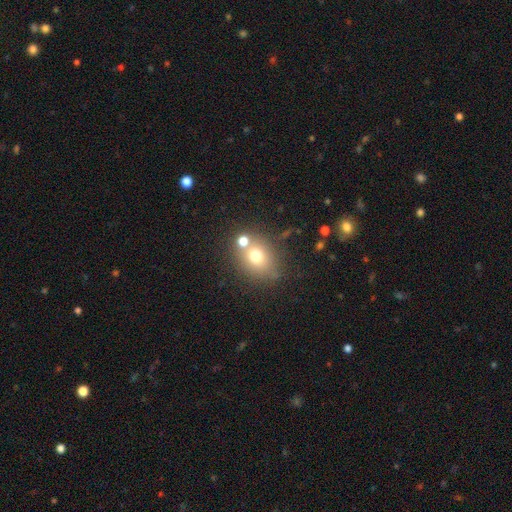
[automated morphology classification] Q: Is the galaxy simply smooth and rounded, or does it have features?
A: smooth — 70%.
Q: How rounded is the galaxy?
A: round — 54%.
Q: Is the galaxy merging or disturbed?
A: none — 62%.